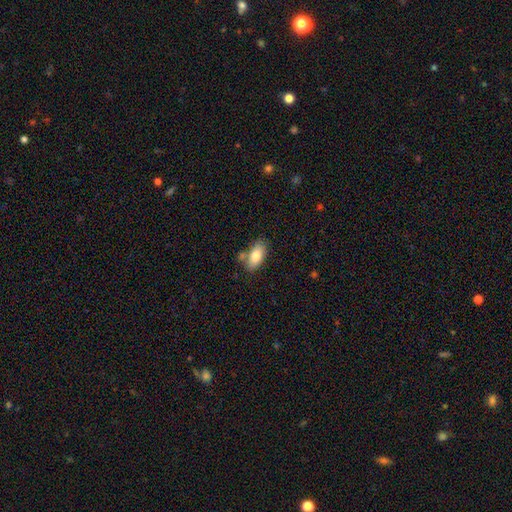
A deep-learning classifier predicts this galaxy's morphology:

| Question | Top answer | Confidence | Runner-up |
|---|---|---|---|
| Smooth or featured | smooth | 80% | featured or disk (13%) |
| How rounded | in between | 90% | cigar-shaped (6%) |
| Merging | none | 66% | minor disturbance (16%) |